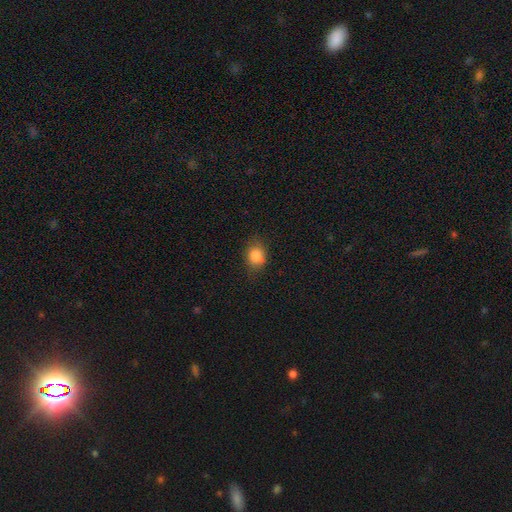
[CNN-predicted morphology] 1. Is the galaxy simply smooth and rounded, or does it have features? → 82% smooth, 10% star or artifact, 7% featured or disk.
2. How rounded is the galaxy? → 54% round, 45% in between, 1% cigar-shaped.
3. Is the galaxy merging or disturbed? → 78% none, 17% minor disturbance, 4% major disturbance, 1% merger.